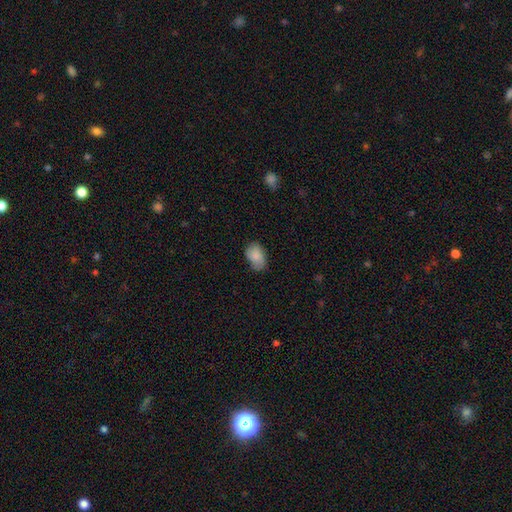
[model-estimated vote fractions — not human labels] Q: Smooth or featured?
A: smooth (84%); runner-up: featured or disk (9%)
Q: How rounded?
A: in between (85%); runner-up: round (14%)
Q: Merging?
A: none (66%); runner-up: minor disturbance (27%)